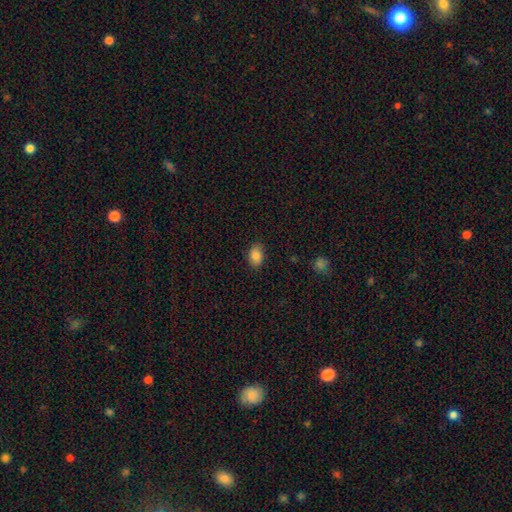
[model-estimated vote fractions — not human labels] A smooth galaxy with no disk features (86%) that is in between round and cigar-shaped (84%). Merging: none (84%).